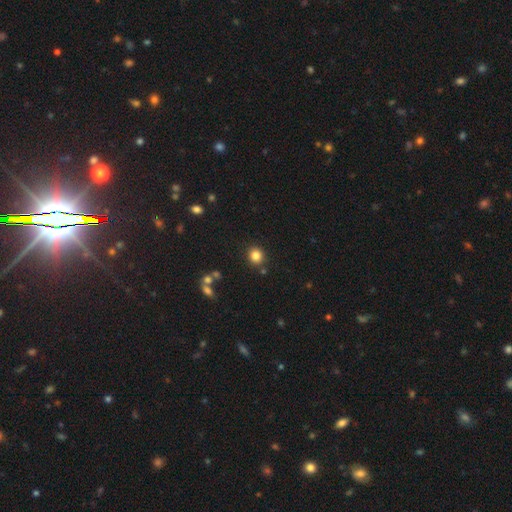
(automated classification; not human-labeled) Smooth or featured?
  - smooth: 83% *
  - star or artifact: 11%
  - featured or disk: 5%
How rounded?
  - round: 82% *
  - in between: 17%
  - cigar-shaped: 1%
Merging?
  - none: 85% *
  - minor disturbance: 8%
  - merger: 5%
  - major disturbance: 3%